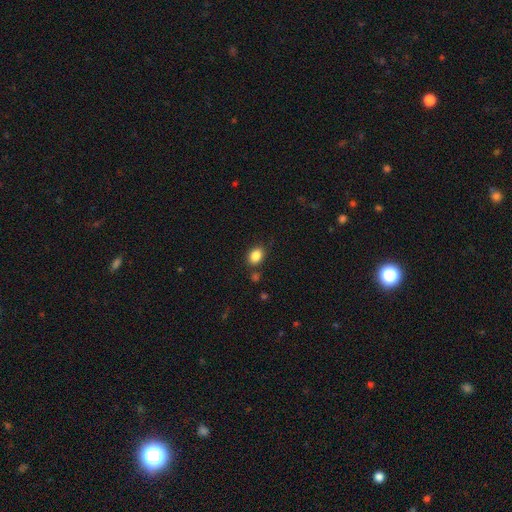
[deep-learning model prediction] smooth_or_featured: smooth (p=0.86) [alt: star or artifact p=0.09]
how_rounded: in between (p=0.66) [alt: round p=0.33]
merging: none (p=0.79) [alt: minor disturbance p=0.12]